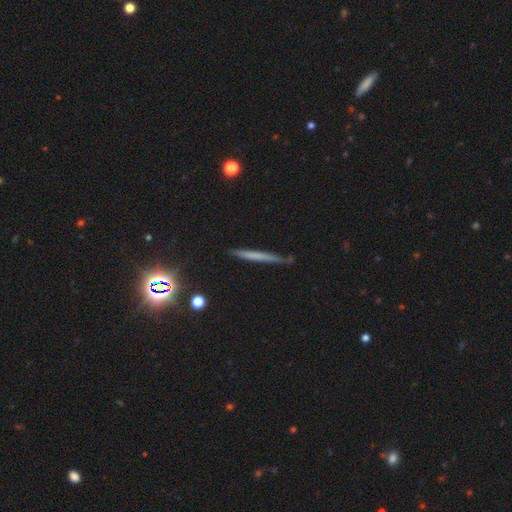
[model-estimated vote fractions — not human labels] Smooth or featured? smooth (52%)
How rounded? cigar-shaped (96%)
Merging? none (85%)